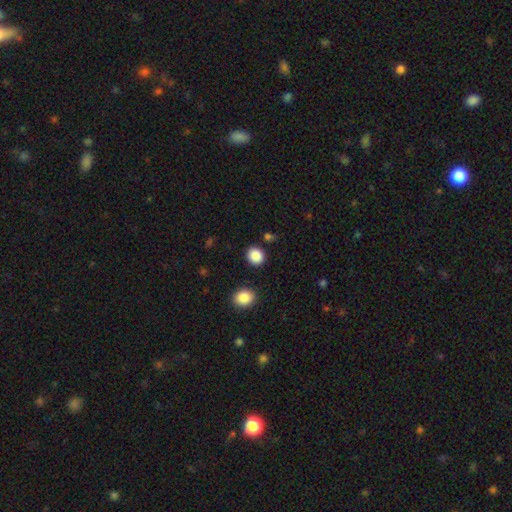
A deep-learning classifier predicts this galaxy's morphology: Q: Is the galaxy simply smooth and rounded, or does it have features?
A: smooth — 88%.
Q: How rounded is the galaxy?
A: round — 71%.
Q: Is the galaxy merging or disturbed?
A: none — 87%.